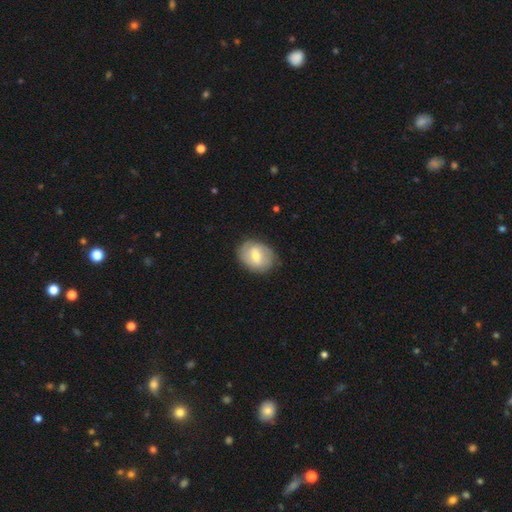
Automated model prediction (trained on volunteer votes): Smooth or featured?
  - smooth: 47% * (tied)
  - featured or disk: 47% * (tied)
  - star or artifact: 6%
Merging?
  - none: 78% *
  - minor disturbance: 16%
  - major disturbance: 4%
  - merger: 1%